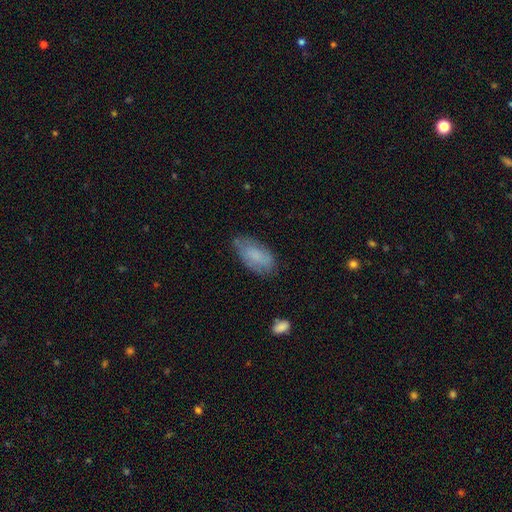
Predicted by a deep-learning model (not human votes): This appears to be a smooth galaxy with no disk features (70%) that is in between round and cigar-shaped (91%). Merging: none (66%).